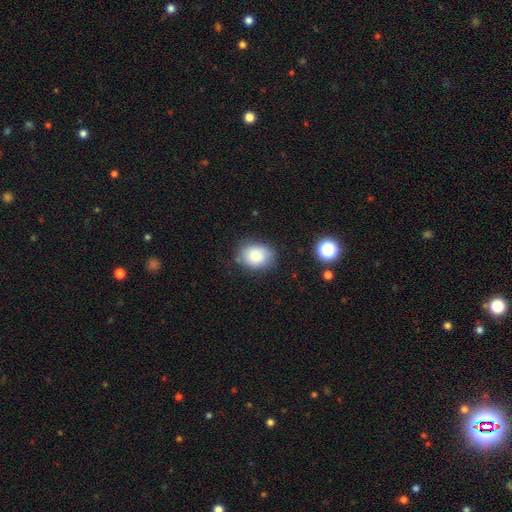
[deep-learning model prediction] Morphology: type=smooth (82%); roundness=in between (54%); merging=none (75%).